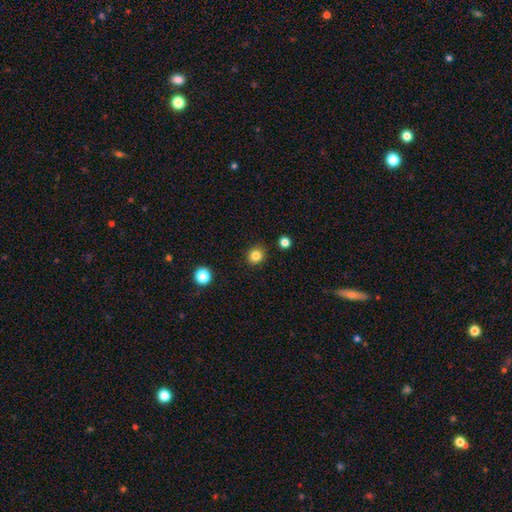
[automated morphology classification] The model was most divided on "smooth or featured": smooth: 84%, star or artifact: 12%, featured or disk: 4%. More confident: merging — none (90%); how rounded — round (87%).